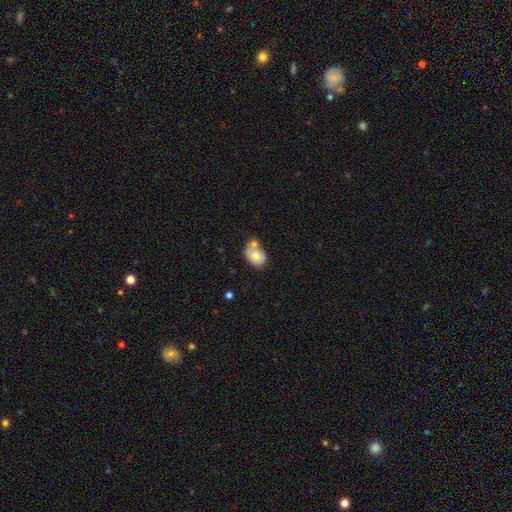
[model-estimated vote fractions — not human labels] A smooth galaxy with no disk features (66%) that is in between round and cigar-shaped (67%).

Vote fractions:
- Smooth or featured? smooth: 66% / featured or disk: 27% / star or artifact: 8%
- How rounded? in between: 67% / round: 32% / cigar-shaped: 1%
- Merging? merger: 42% / none: 34% / minor disturbance: 18% / major disturbance: 6%